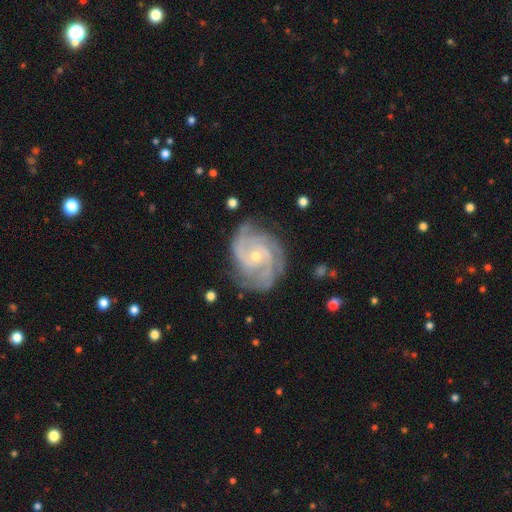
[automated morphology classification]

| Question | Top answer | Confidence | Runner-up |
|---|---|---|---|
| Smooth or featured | featured or disk | 90% | star or artifact (5%) |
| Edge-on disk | no | 98% | yes (2%) |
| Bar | no | 66% | weak (28%) |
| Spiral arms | yes | 98% | no (2%) |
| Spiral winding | tight | 61% | medium (34%) |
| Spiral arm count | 3 | 33% | 2 (28%) |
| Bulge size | small | 66% | moderate (31%) |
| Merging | none | 76% | minor disturbance (17%) |